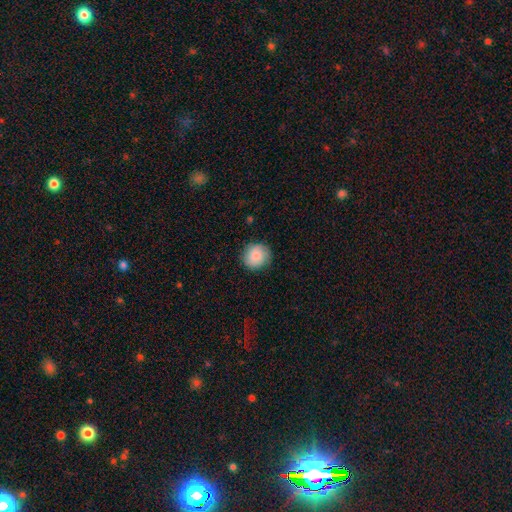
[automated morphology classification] A smooth galaxy with no disk features (85%) that is round (89%). Merging: none (86%).